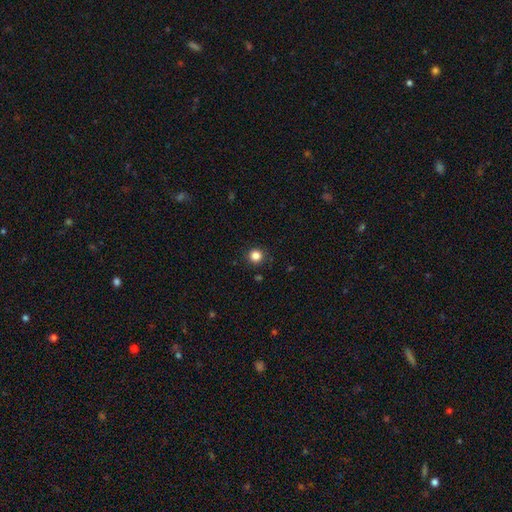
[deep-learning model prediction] Smooth or featured? Predicted: smooth (p=0.84). How rounded? Predicted: round (p=0.95). Merging? Predicted: none (p=0.92).